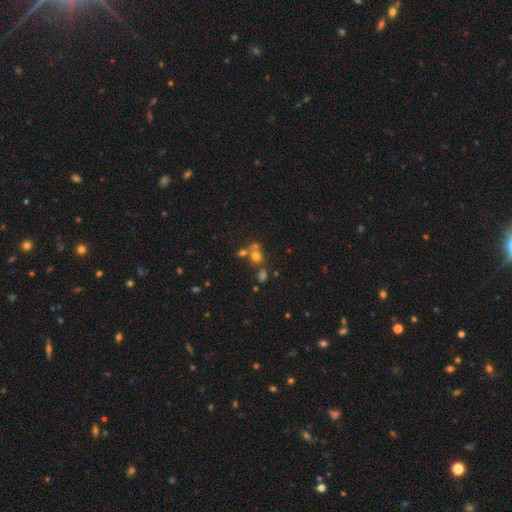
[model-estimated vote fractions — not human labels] The model was most divided on "merging": none: 46%, merger: 40%, minor disturbance: 9%, major disturbance: 5%. More confident: how rounded — round (76%); smooth or featured — smooth (62%).